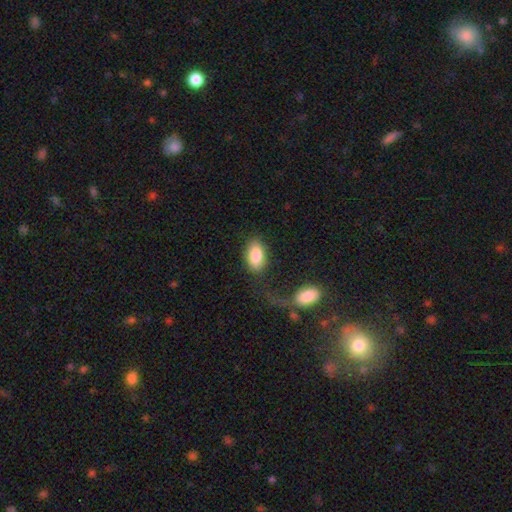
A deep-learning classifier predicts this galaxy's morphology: This appears to be a smooth galaxy with no disk features (85%) that is in between round and cigar-shaped (92%). Merging: none (70%).